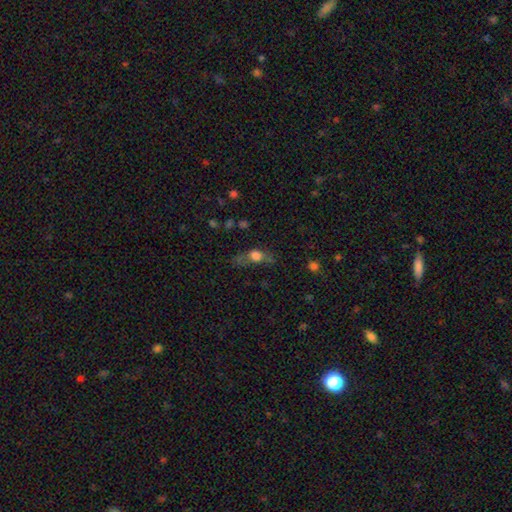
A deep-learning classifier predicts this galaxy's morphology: Overall: smooth (70%). How rounded: in between (56%; round 31%). Merging: none (46%; minor disturbance 28%).